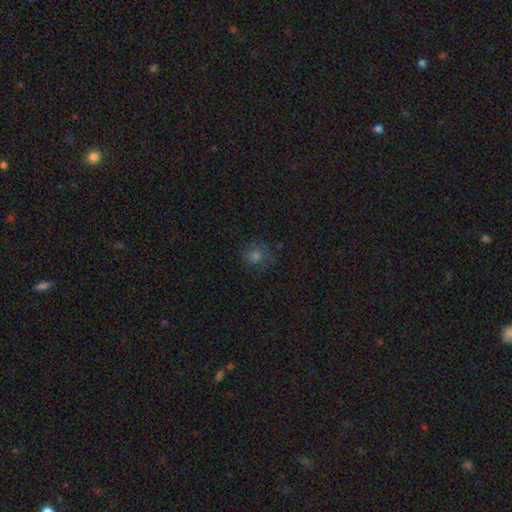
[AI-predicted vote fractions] Overall: smooth (59%; star or artifact 24%). How rounded: round (84%). Merging: none (72%).